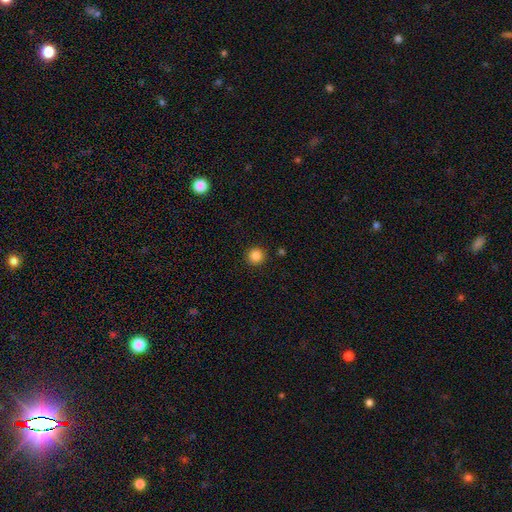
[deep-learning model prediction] This appears to be a smooth galaxy with no disk features (86%) that is round (93%). Merging: none (91%).